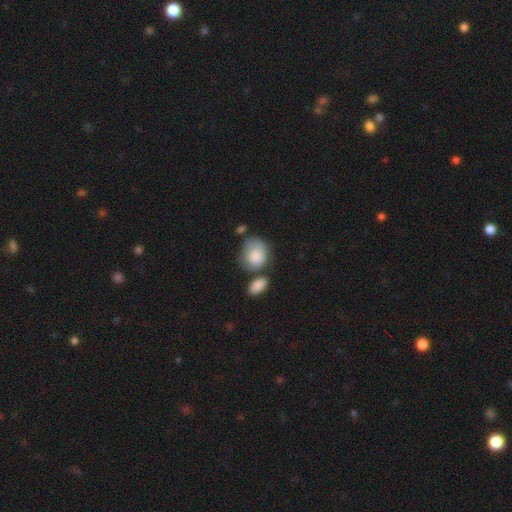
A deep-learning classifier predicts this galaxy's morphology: smooth-or-featured: smooth: 83% | featured or disk: 11% | star or artifact: 6%
  how-rounded: round: 51% | in between: 48% | cigar-shaped: 1%
  merging: none: 43% | minor disturbance: 25% | merger: 20% | major disturbance: 11%